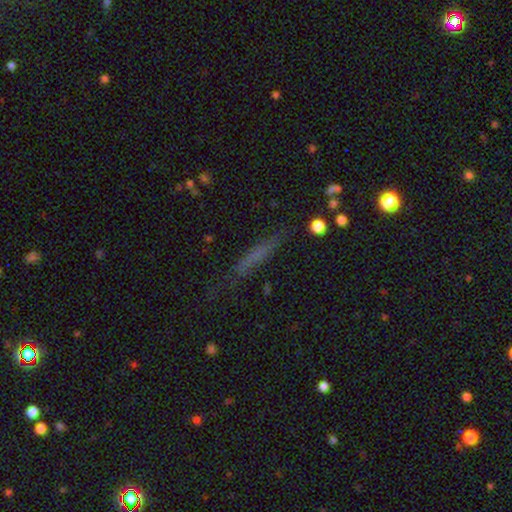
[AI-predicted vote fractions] smooth-or-featured: smooth: 51% | featured or disk: 34% | star or artifact: 15%
  how-rounded: cigar-shaped: 89% | in between: 8% | round: 3%
  merging: none: 75% | minor disturbance: 17% | major disturbance: 6% | merger: 2%